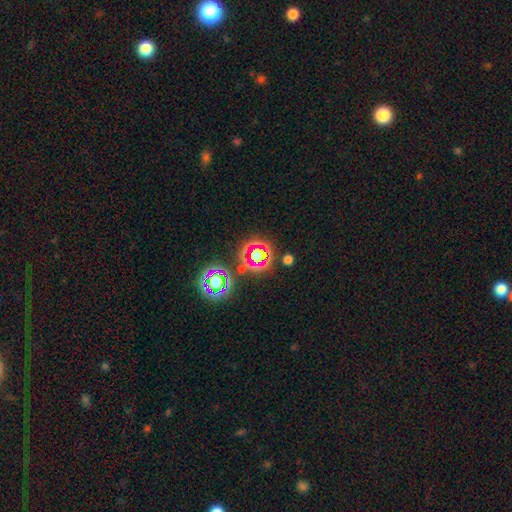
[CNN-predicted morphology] This appears to be a star or artifact, not a galaxy (55%).